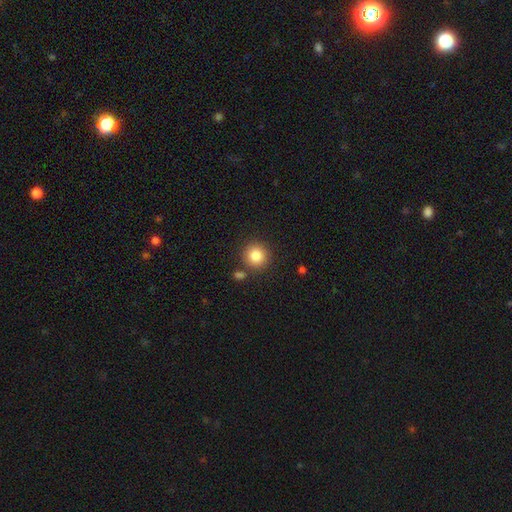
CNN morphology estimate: Smooth or featured?
  - smooth: 84% *
  - star or artifact: 10%
  - featured or disk: 6%
How rounded?
  - round: 92% *
  - in between: 7%
  - cigar-shaped: 1%
Merging?
  - none: 83% *
  - minor disturbance: 8%
  - merger: 7%
  - major disturbance: 3%